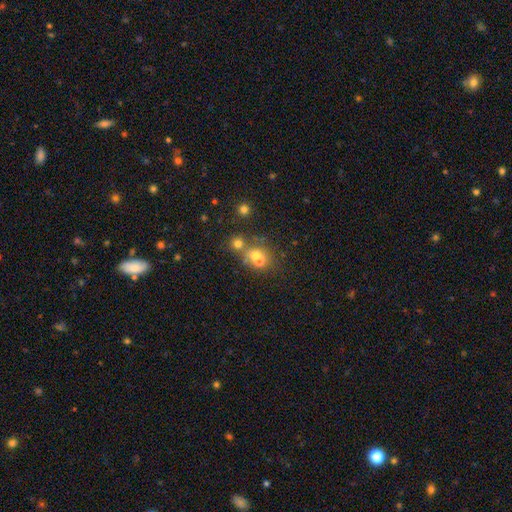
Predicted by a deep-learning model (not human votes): The model was most divided on "merging": merger: 50%, none: 37%, minor disturbance: 8%, major disturbance: 5%. More confident: how rounded — round (69%); smooth or featured — smooth (62%).